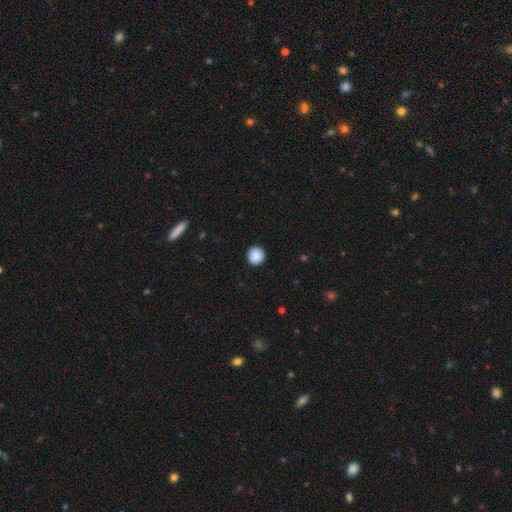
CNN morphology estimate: smooth 89%, star or artifact 8%, featured or disk 3%. Down the decision tree: how rounded — round (94%); merging — none (92%).